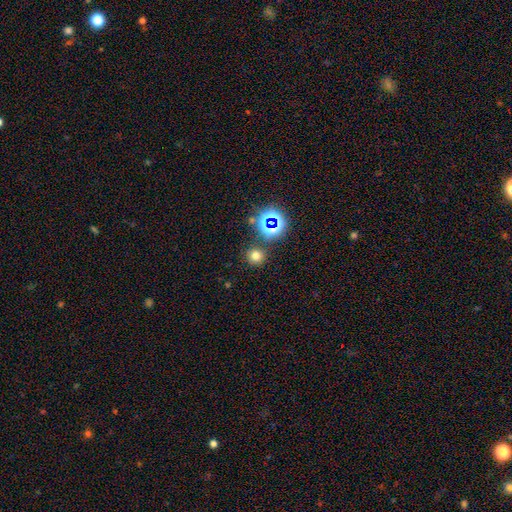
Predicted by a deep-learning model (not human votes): Smooth or featured?
  - smooth: 68% *
  - star or artifact: 24%
  - featured or disk: 8%
How rounded?
  - round: 92% *
  - in between: 8%
  - cigar-shaped: 1%
Merging?
  - none: 85% *
  - minor disturbance: 7%
  - merger: 5%
  - major disturbance: 3%